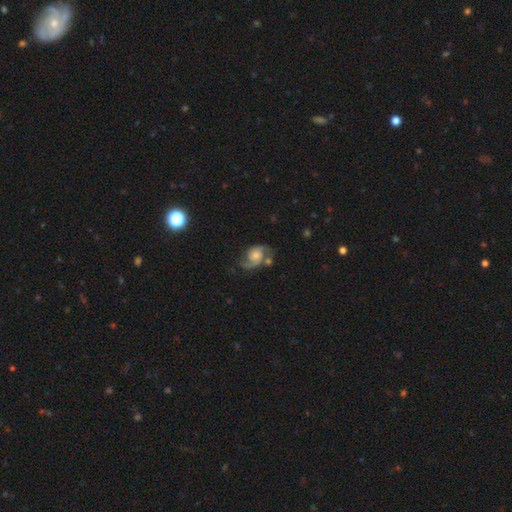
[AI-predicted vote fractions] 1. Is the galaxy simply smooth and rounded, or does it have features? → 79% featured or disk, 14% smooth, 7% star or artifact.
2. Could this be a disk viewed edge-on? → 98% no, 2% yes.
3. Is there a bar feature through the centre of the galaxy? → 69% no, 27% weak, 5% strong.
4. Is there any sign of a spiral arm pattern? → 95% yes, 5% no.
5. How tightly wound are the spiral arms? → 49% medium, 34% loose, 17% tight.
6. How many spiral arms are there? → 87% 2, 7% 1, 3% can't tell, 1% 3, 1% 4, 1% more than 4.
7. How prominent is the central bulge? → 40% moderate, 24% small, 22% large, 11% none, 3% dominant.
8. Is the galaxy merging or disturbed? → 59% none, 20% minor disturbance, 12% major disturbance, 9% merger.